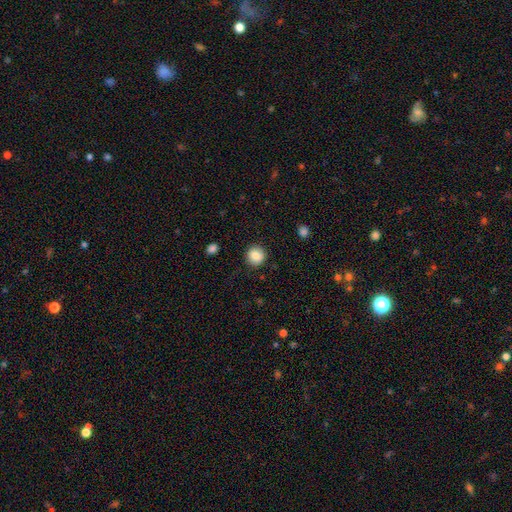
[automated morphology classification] This appears to be a smooth galaxy with no disk features (86%) that is round (92%). Merging: none (91%).